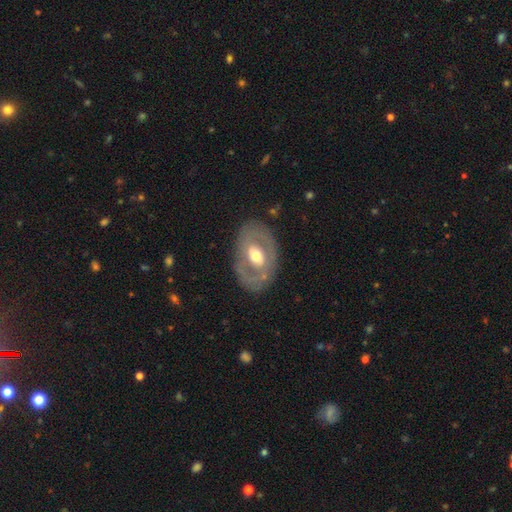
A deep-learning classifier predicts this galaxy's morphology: Smooth or featured? featured or disk (60%)
Edge-on disk? no (92%)
Bar? no (54%)
Spiral arms? no (75%)
Bulge size? moderate (69%)
Merging? none (79%)